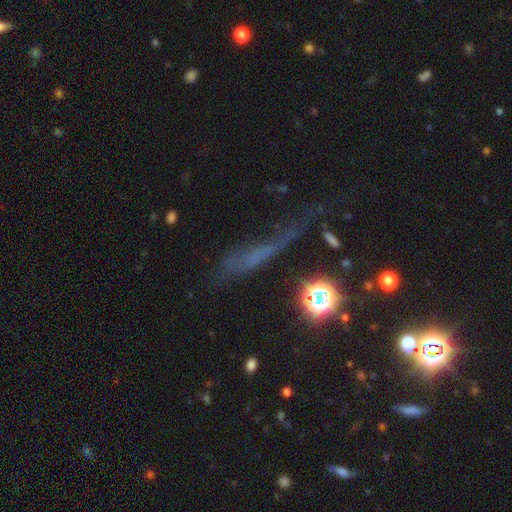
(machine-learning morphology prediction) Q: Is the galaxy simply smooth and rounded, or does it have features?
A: smooth — 34%.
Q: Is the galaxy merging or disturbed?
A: none — 47%.